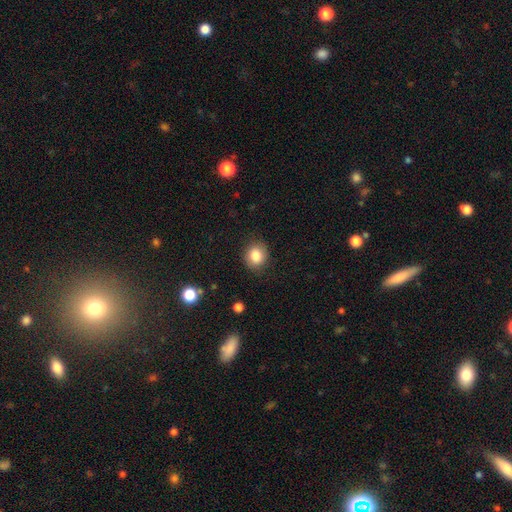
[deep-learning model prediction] smooth-or-featured: smooth: 83% | star or artifact: 10% | featured or disk: 7%
  how-rounded: round: 73% | in between: 26% | cigar-shaped: 1%
  merging: none: 85% | minor disturbance: 11% | major disturbance: 3% | merger: 1%